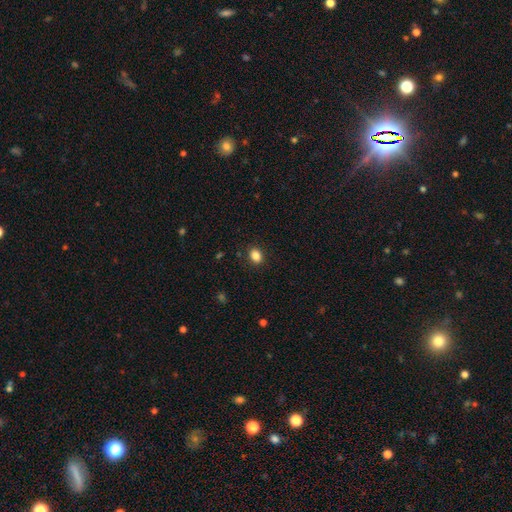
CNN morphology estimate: Overall: smooth (86%). How rounded: in between (61%; round 38%). Merging: none (89%).